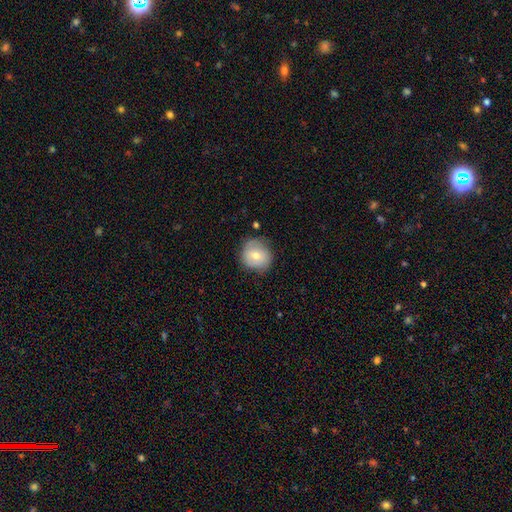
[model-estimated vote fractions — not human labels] Morphology: type=smooth (67%); roundness=round (89%); merging=none (76%).